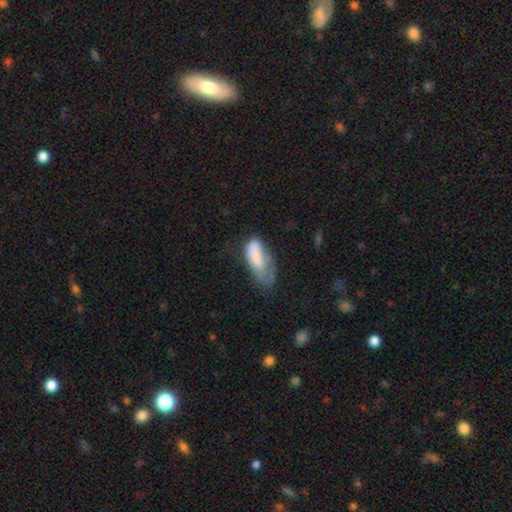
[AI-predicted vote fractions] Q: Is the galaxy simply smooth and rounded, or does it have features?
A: smooth — 73%.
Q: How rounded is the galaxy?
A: in between — 83%.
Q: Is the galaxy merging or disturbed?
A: major disturbance — 39%.